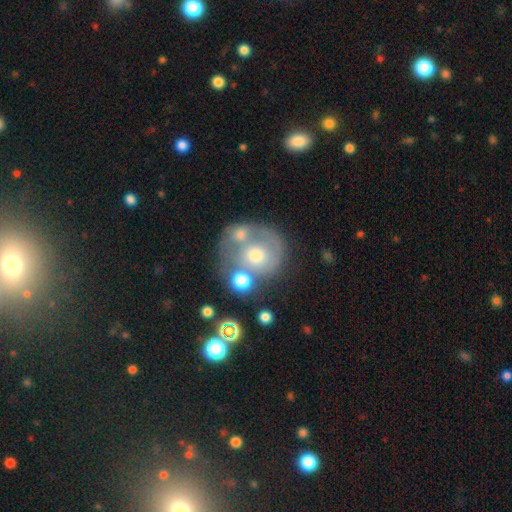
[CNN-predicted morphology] Smooth or featured: featured or disk — 47% (smooth — 41%)
Merging: none — 40% (merger — 30%)